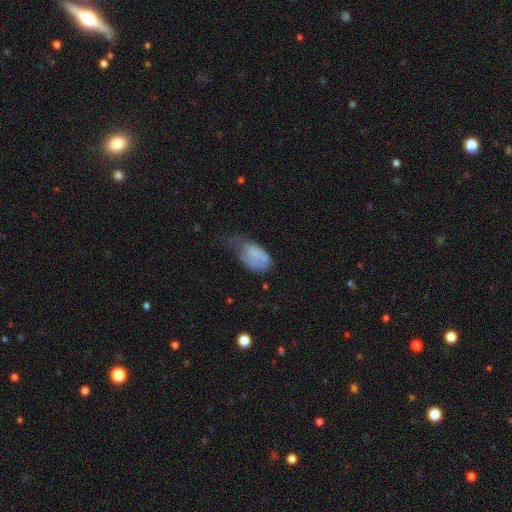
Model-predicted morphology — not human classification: Smooth or featured: smooth — 68% (featured or disk — 23%)
How rounded: in between — 90% (round — 7%)
Merging: major disturbance — 39% (minor disturbance — 36%)